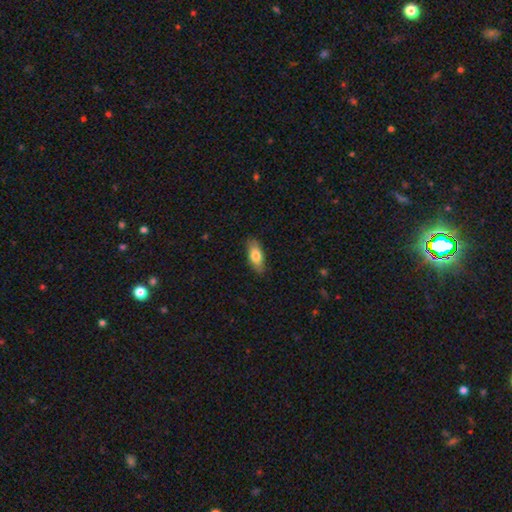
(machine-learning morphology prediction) smooth-or-featured: smooth: 76% | featured or disk: 18% | star or artifact: 6%
  how-rounded: in between: 79% | cigar-shaped: 18% | round: 3%
  merging: none: 85% | minor disturbance: 12% | major disturbance: 2% | merger: 1%